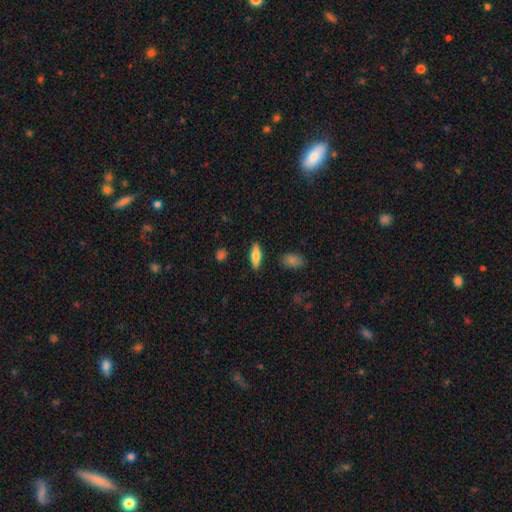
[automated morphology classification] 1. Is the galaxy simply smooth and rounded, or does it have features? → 69% smooth, 24% featured or disk, 7% star or artifact.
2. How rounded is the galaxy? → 57% in between, 40% cigar-shaped, 3% round.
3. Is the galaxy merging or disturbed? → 87% none, 9% minor disturbance, 2% major disturbance, 2% merger.